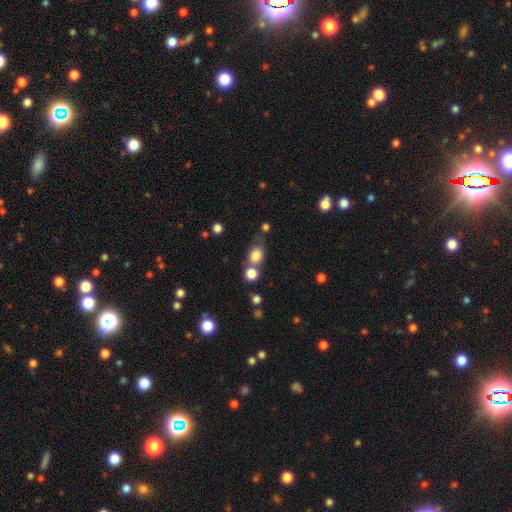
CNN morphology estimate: A smooth galaxy with no disk features (81%) that is in between round and cigar-shaped (54%). Merging: none (46%).